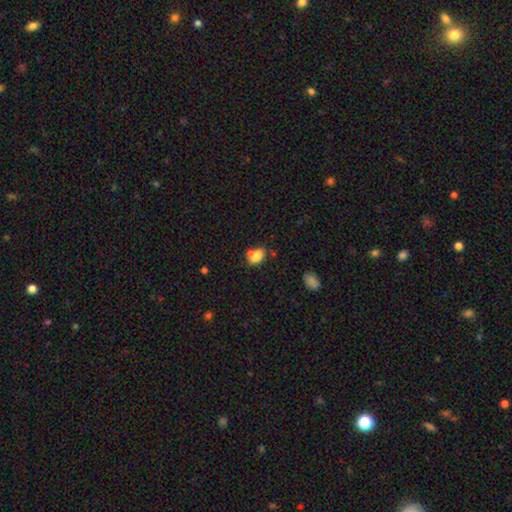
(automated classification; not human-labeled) Overall: smooth (77%). How rounded: in between (78%). Merging: none (40%; merger 38%).